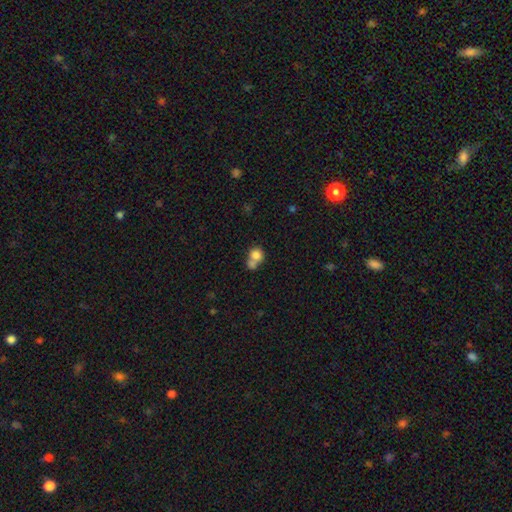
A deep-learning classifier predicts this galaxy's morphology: type=smooth (79%); roundness=round (74%); merging=merger (58%).